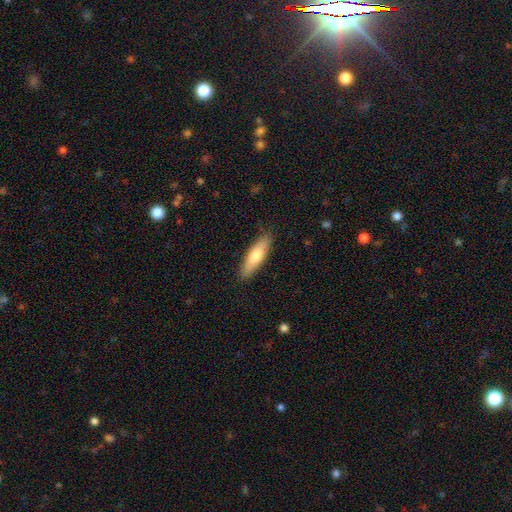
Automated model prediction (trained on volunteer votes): Smooth or featured?
  - smooth: 68% *
  - featured or disk: 27%
  - star or artifact: 6%
How rounded?
  - cigar-shaped: 60% *
  - in between: 38%
  - round: 2%
Merging?
  - none: 88% *
  - minor disturbance: 9%
  - major disturbance: 2%
  - merger: 1%